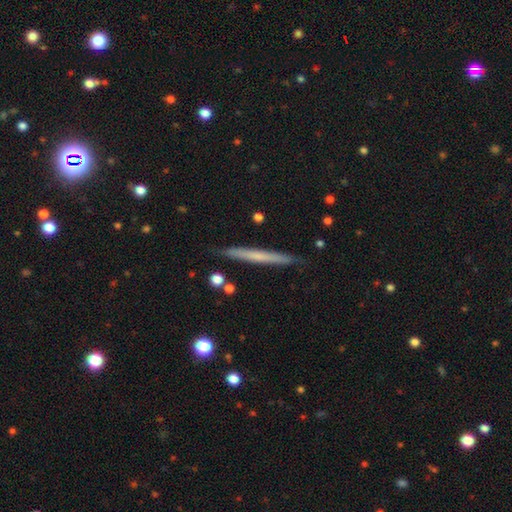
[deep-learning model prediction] This appears to be a smooth galaxy with no disk features (52%) that is cigar-shaped (97%). Merging: none (88%).